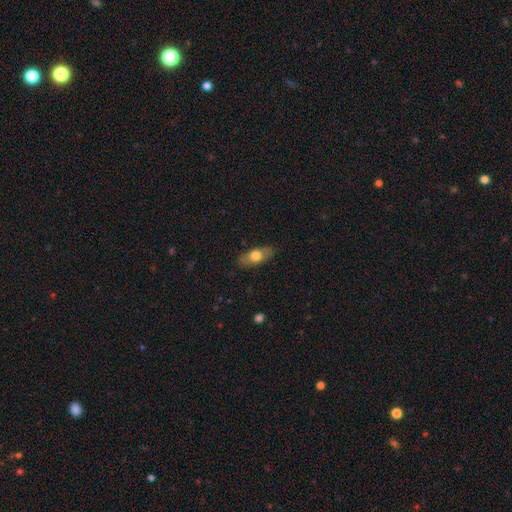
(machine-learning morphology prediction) smooth-or-featured: smooth: 66% | featured or disk: 28% | star or artifact: 6%
  how-rounded: in between: 79% | cigar-shaped: 15% | round: 6%
  merging: none: 83% | minor disturbance: 13% | major disturbance: 3% | merger: 1%